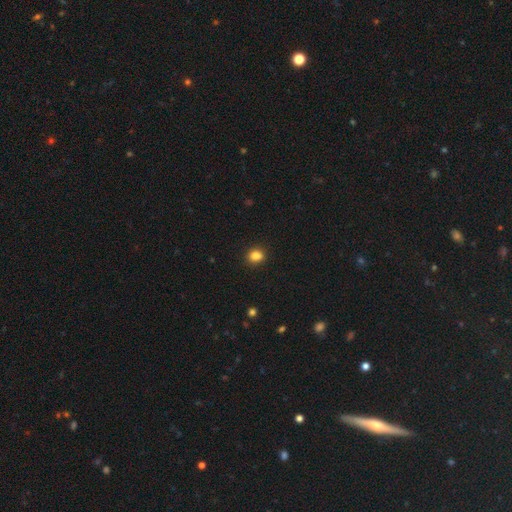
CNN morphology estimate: Smooth or featured? smooth (85%)
How rounded? round (55%)
Merging? none (86%)